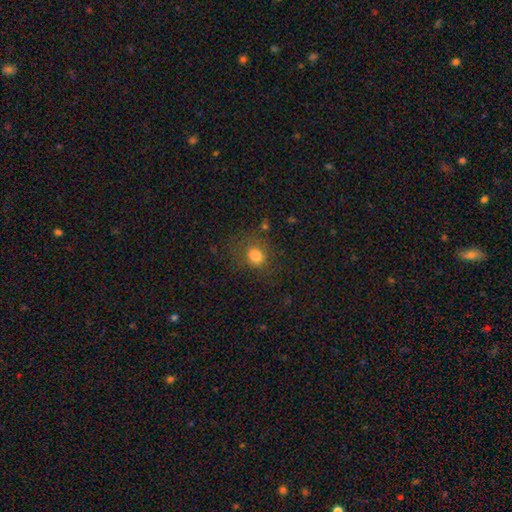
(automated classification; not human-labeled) Smooth or featured? Predicted: smooth (p=0.79). How rounded? Predicted: round (p=0.69). Merging? Predicted: none (p=0.77).